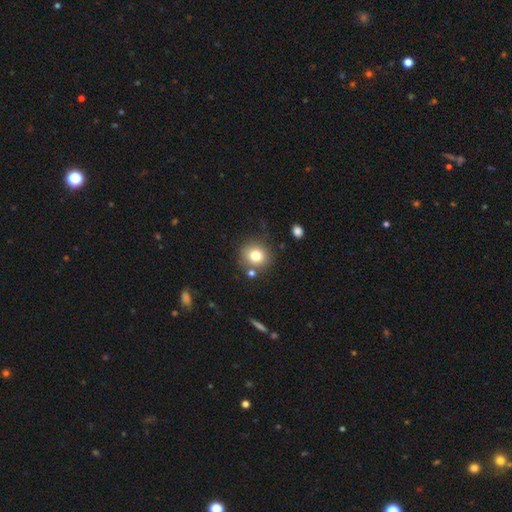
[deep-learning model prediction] This appears to be a smooth galaxy with no disk features (78%) that is round (88%). Merging: none (78%).